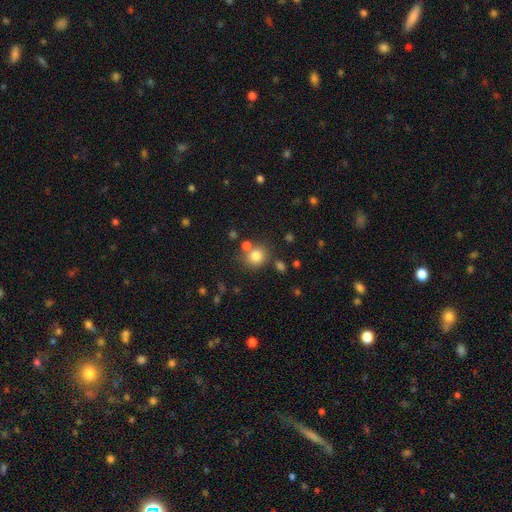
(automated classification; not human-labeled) Smooth or featured? smooth (81%)
How rounded? round (83%)
Merging? none (70%)